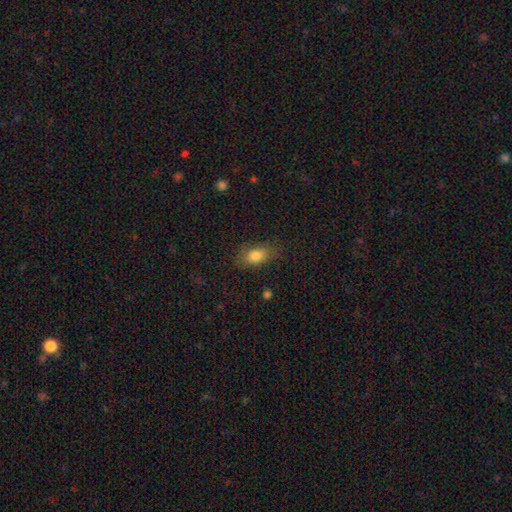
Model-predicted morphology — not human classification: smooth-or-featured: smooth: 81% | featured or disk: 10% | star or artifact: 9%
  how-rounded: in between: 85% | round: 9% | cigar-shaped: 6%
  merging: none: 73% | minor disturbance: 19% | major disturbance: 7% | merger: 1%